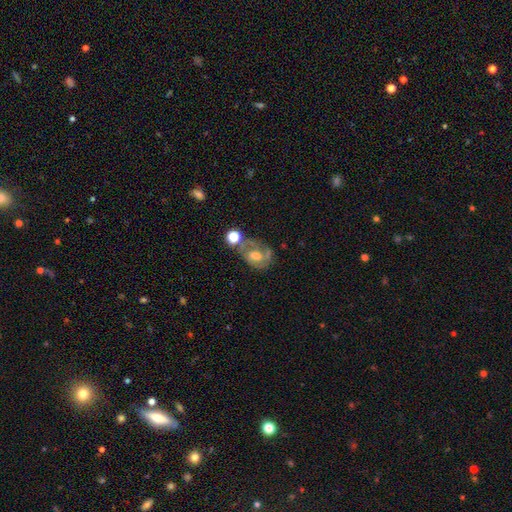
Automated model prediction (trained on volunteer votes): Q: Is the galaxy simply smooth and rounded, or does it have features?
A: featured or disk — 58%.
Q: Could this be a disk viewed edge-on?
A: no — 96%.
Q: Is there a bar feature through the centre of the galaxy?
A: no — 50%.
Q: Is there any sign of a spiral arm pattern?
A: yes — 67%.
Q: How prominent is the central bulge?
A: moderate — 64%.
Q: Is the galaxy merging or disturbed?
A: none — 40%.